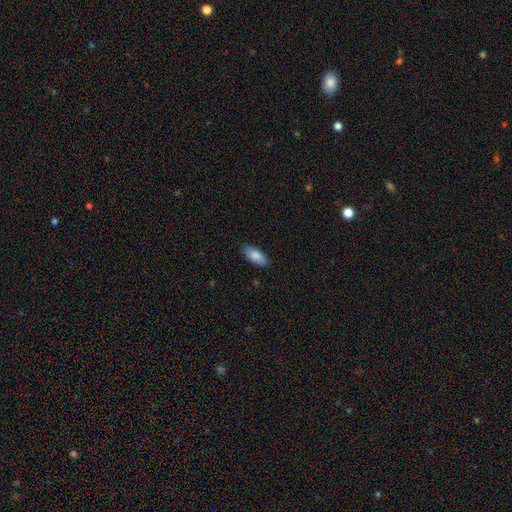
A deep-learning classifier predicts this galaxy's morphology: Smooth or featured? Predicted: smooth (p=0.86). How rounded? Predicted: in between (p=0.87). Merging? Predicted: none (p=0.87).